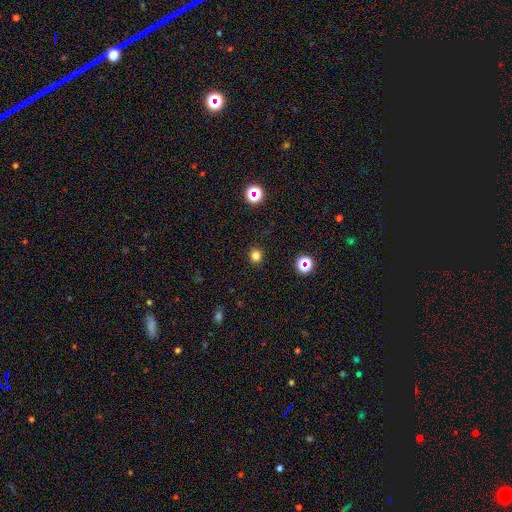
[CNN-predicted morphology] The model was most divided on "smooth or featured": smooth: 78%, star or artifact: 18%, featured or disk: 5%. More confident: merging — none (90%); how rounded — round (87%).